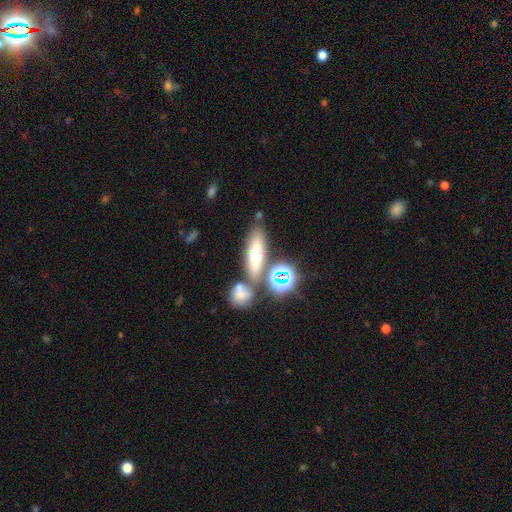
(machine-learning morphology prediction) type=smooth (59%); roundness=cigar-shaped (45%); merging=none (68%).